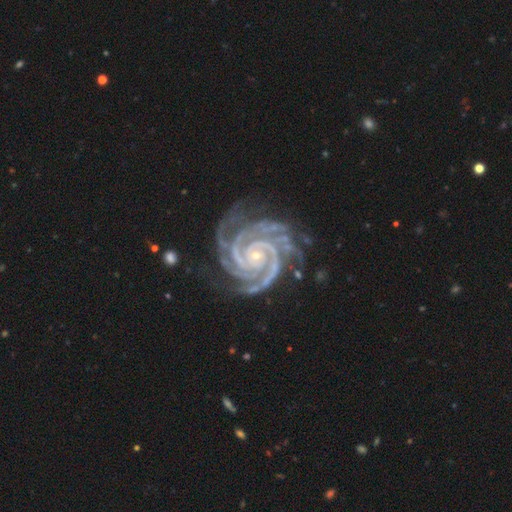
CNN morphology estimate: Smooth or featured: featured or disk — 94% (star or artifact — 4%)
Edge-on disk: no — 98% (yes — 2%)
Bar: no — 68% (weak — 19%)
Spiral arms: yes — 99% (no — 1%)
Spiral winding: tight — 82% (medium — 16%)
Spiral arm count: 3 — 31% (4 — 23%)
Bulge size: small — 84% (moderate — 13%)
Merging: none — 72% (minor disturbance — 19%)